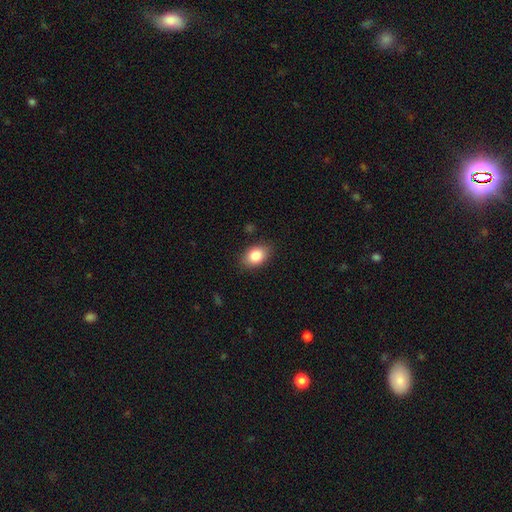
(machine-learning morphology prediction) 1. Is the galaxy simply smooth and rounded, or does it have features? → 85% smooth, 8% star or artifact, 7% featured or disk.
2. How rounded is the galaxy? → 79% in between, 20% round, 1% cigar-shaped.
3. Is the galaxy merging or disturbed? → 84% none, 12% minor disturbance, 3% major disturbance, 1% merger.